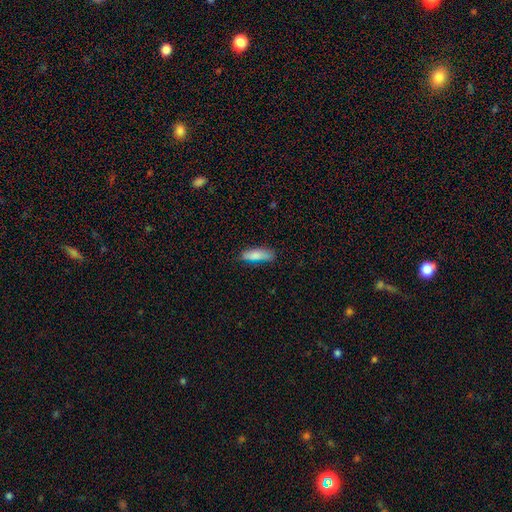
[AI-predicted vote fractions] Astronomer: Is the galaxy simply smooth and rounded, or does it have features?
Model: smooth — 83%.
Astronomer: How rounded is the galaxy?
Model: in between — 50% (runner-up: cigar-shaped, 48%).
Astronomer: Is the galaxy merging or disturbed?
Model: none — 68%.